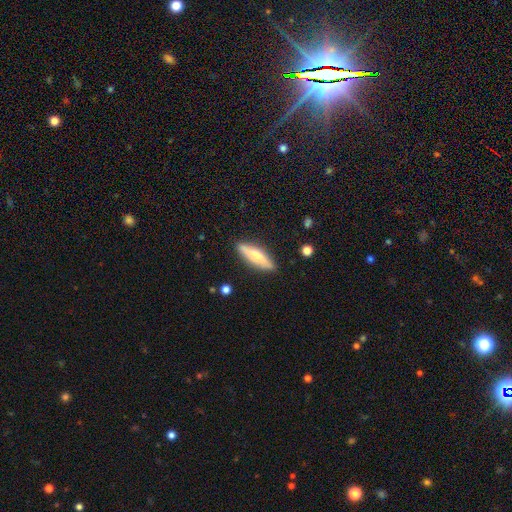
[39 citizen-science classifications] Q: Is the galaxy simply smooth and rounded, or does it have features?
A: featured or disk — 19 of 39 (49%).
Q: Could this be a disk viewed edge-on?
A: yes — 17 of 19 (89%).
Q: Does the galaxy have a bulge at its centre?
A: rounded — 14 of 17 (82%).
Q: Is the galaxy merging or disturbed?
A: none — 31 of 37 (84%).